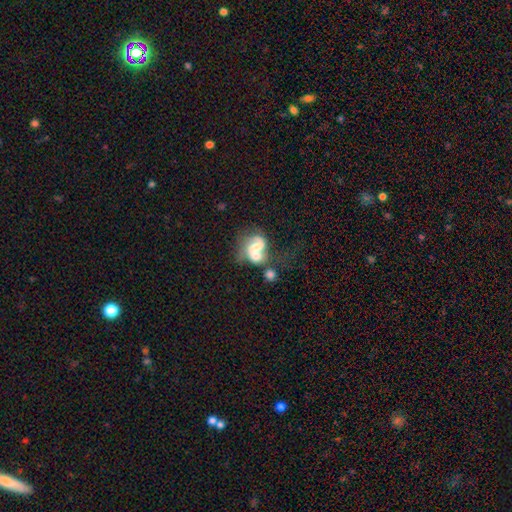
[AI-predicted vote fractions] Smooth or featured: featured or disk — 60% (smooth — 31%)
Edge-on disk: no — 97% (yes — 3%)
Bar: no — 47% (weak — 36%)
Spiral arms: yes — 73% (no — 27%)
Bulge size: moderate — 48% (small — 23%)
Merging: merger — 62% (none — 17%)